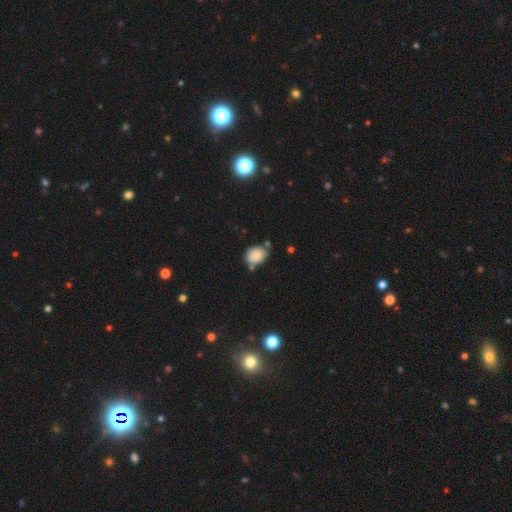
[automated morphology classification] A smooth galaxy with no disk features (83%) that is in between round and cigar-shaped (63%).

Vote fractions:
- Smooth or featured? smooth: 83% / star or artifact: 9% / featured or disk: 9%
- How rounded? in between: 63% / round: 35% / cigar-shaped: 1%
- Merging? none: 59% / minor disturbance: 21% / merger: 15% / major disturbance: 4%